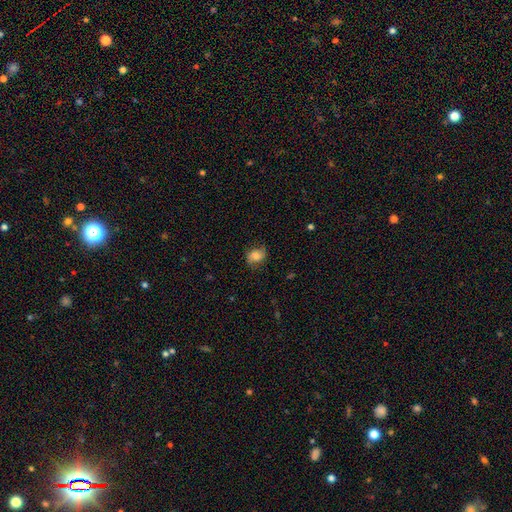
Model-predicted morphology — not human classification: smooth-or-featured: smooth: 60% | featured or disk: 30% | star or artifact: 10%
  how-rounded: round: 50% | in between: 48% | cigar-shaped: 1%
  merging: none: 70% | minor disturbance: 21% | major disturbance: 7% | merger: 1%